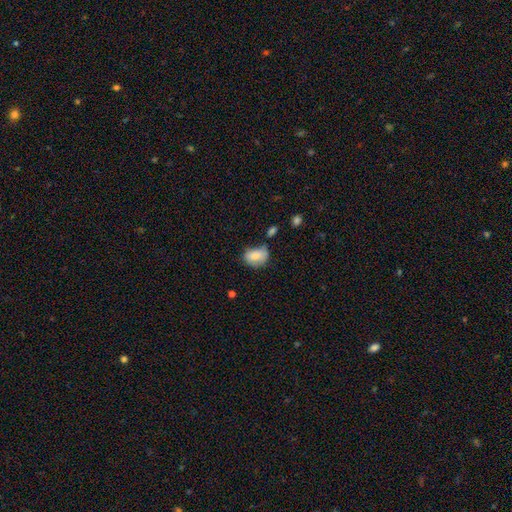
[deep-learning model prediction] A smooth galaxy with no disk features (79%) that is in between round and cigar-shaped (70%).

Vote fractions:
- Smooth or featured? smooth: 79% / featured or disk: 13% / star or artifact: 8%
- How rounded? in between: 70% / round: 29% / cigar-shaped: 1%
- Merging? none: 42% / minor disturbance: 35% / major disturbance: 13% / merger: 10%